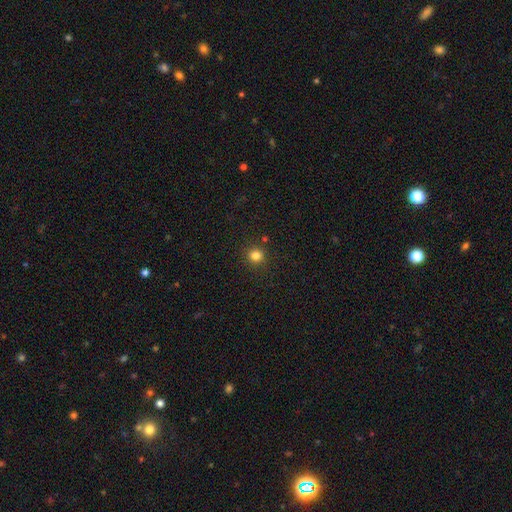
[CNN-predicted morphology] A smooth galaxy with no disk features (82%) that is round (93%).

Vote fractions:
- Smooth or featured? smooth: 82% / star or artifact: 14% / featured or disk: 4%
- How rounded? round: 93% / in between: 6% / cigar-shaped: 1%
- Merging? none: 88% / minor disturbance: 7% / merger: 3% / major disturbance: 2%